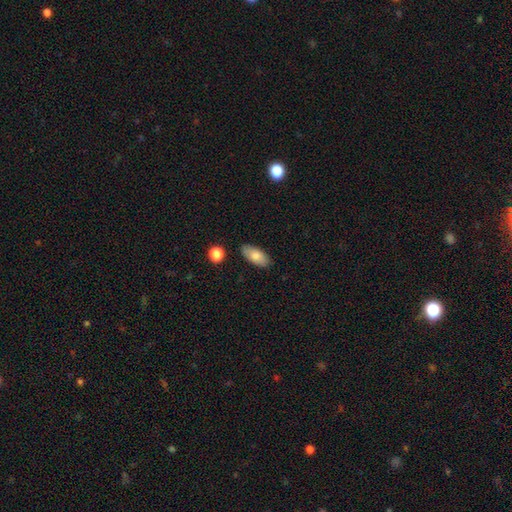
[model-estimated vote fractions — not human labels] smooth-or-featured: smooth: 81% | featured or disk: 13% | star or artifact: 7%
  how-rounded: in between: 90% | cigar-shaped: 7% | round: 3%
  merging: none: 85% | minor disturbance: 11% | major disturbance: 2% | merger: 2%